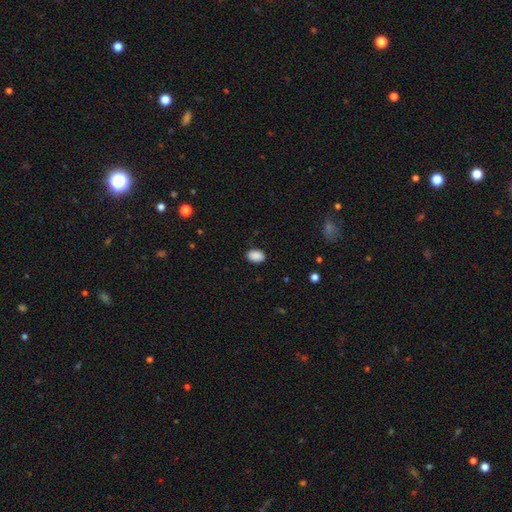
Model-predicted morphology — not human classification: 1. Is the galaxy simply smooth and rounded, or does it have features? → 89% smooth, 8% star or artifact, 3% featured or disk.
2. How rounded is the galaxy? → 84% in between, 15% round, 1% cigar-shaped.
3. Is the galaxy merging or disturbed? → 87% none, 10% minor disturbance, 2% major disturbance, 1% merger.